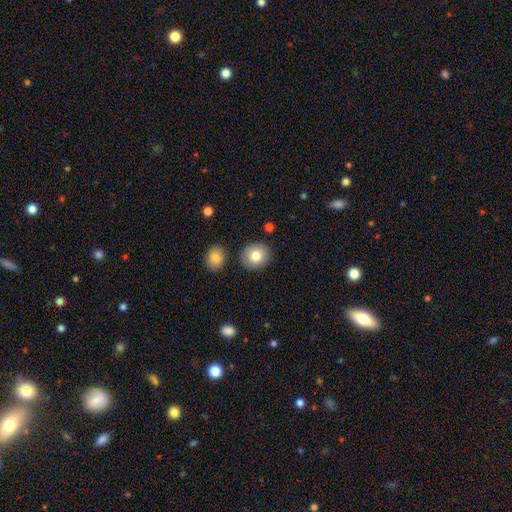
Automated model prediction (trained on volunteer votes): Q: Smooth or featured?
A: smooth (82%); runner-up: featured or disk (10%)
Q: How rounded?
A: round (78%); runner-up: in between (21%)
Q: Merging?
A: none (84%); runner-up: minor disturbance (9%)